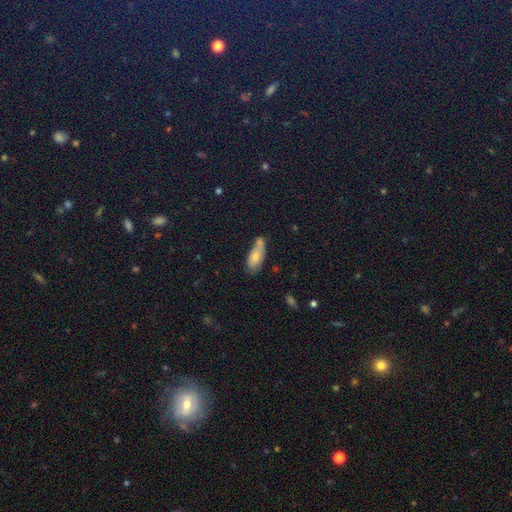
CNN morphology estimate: The model was most divided on "merging": none: 37%, merger: 30%, minor disturbance: 23%, major disturbance: 9%. More confident: how rounded — in between (77%); smooth or featured — smooth (73%).